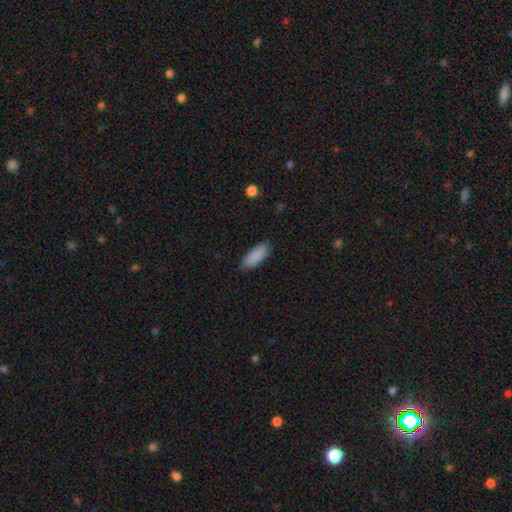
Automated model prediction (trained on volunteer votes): smooth-or-featured: smooth: 88% | star or artifact: 6% | featured or disk: 6%
  how-rounded: in between: 77% | cigar-shaped: 22% | round: 2%
  merging: none: 83% | minor disturbance: 13% | major disturbance: 2% | merger: 1%